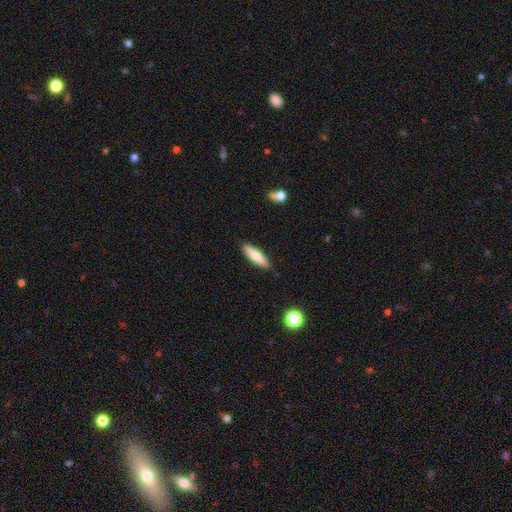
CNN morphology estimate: A smooth galaxy with no disk features (70%) that is cigar-shaped (66%). Merging: none (88%).